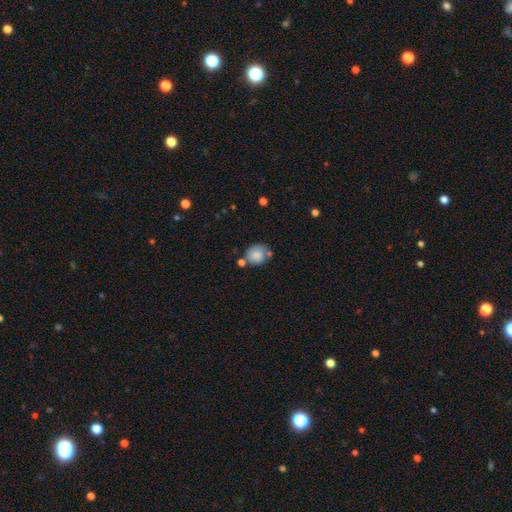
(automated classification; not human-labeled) Smooth or featured: smooth — 81% (featured or disk — 10%)
How rounded: round — 78% (in between — 21%)
Merging: none — 57% (minor disturbance — 19%)